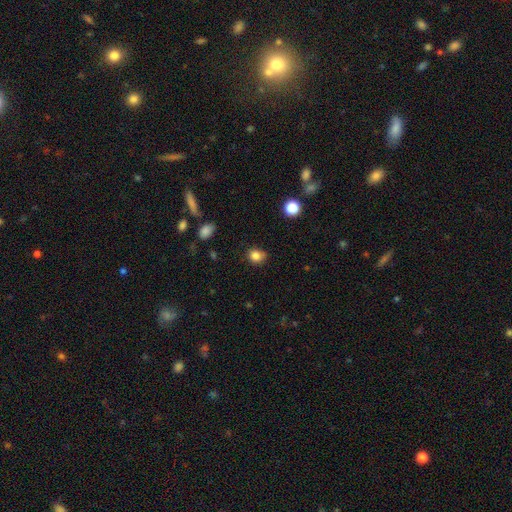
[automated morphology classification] smooth_or_featured: smooth (p=0.83) [alt: star or artifact p=0.12]
how_rounded: round (p=0.70) [alt: in between p=0.29]
merging: none (p=0.71) [alt: minor disturbance p=0.22]